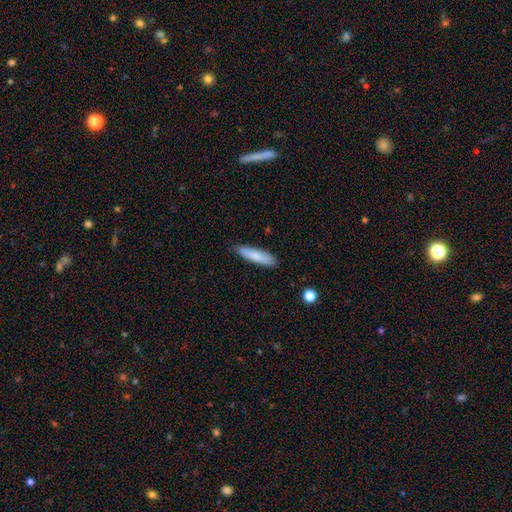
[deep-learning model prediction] smooth-or-featured: smooth: 81% | featured or disk: 14% | star or artifact: 6%
  how-rounded: cigar-shaped: 75% | in between: 23% | round: 1%
  merging: none: 84% | minor disturbance: 13% | major disturbance: 2% | merger: 1%